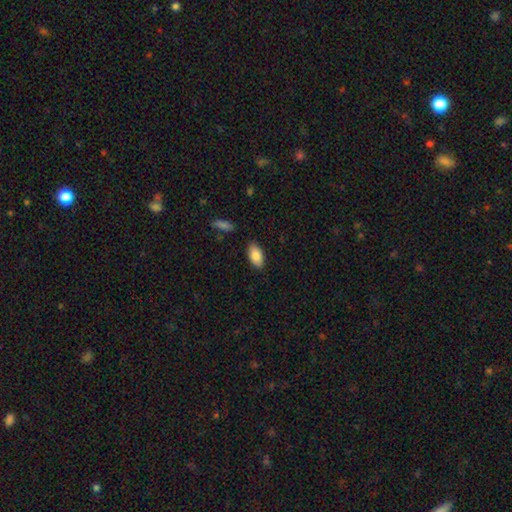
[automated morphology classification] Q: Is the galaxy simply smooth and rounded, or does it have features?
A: smooth — 85%.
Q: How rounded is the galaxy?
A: in between — 93%.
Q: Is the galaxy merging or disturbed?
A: none — 86%.